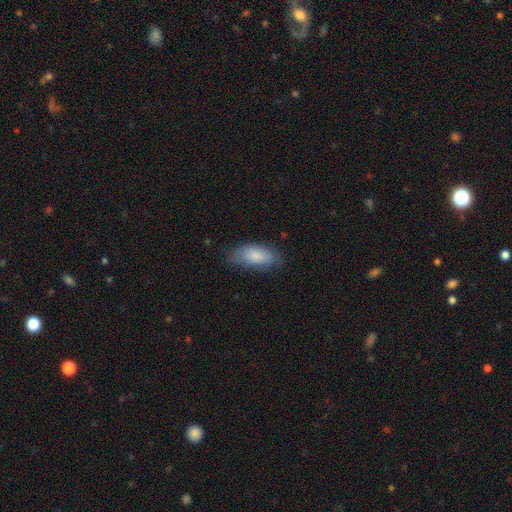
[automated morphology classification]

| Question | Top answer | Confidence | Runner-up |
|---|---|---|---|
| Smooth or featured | smooth | 83% | featured or disk (11%) |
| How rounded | in between | 87% | cigar-shaped (10%) |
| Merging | none | 71% | minor disturbance (23%) |